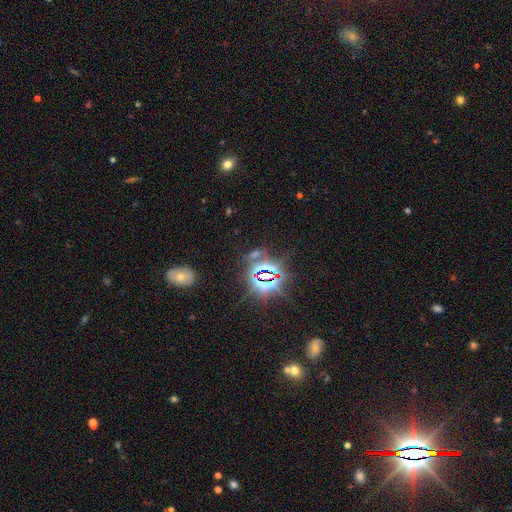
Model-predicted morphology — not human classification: type=star or artifact (80%).